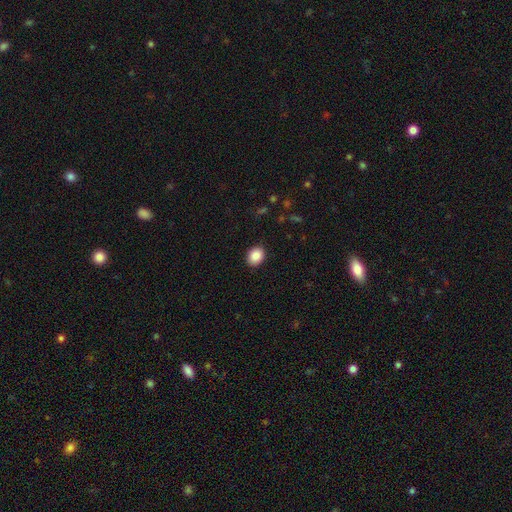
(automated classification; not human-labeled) Smooth or featured: smooth — 88% (star or artifact — 8%)
How rounded: in between — 52% (round — 47%)
Merging: none — 90% (minor disturbance — 7%)